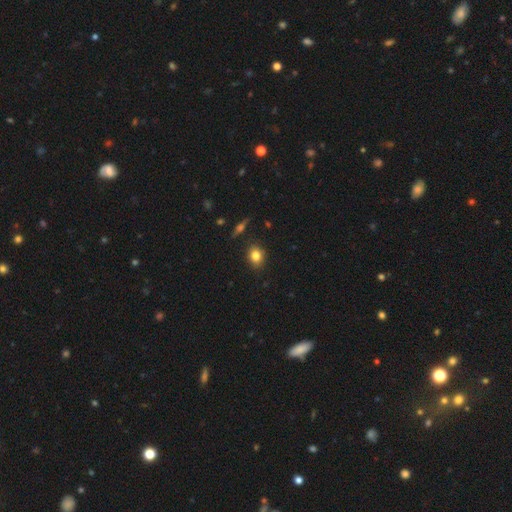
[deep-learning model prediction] Smooth or featured? smooth (81%)
How rounded? round (58%)
Merging? none (87%)